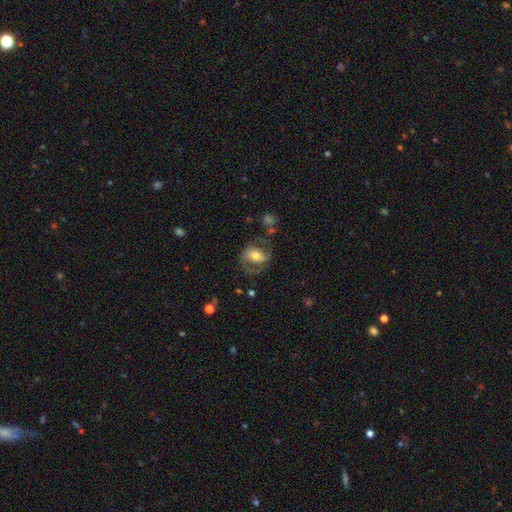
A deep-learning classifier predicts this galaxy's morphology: This is likely a featured or disk galaxy (70%). It is clearly not viewed edge-on (96%). Bar: marginally weak (36%). Spiral arm pattern: clearly yes (84%). Spiral arm count: clearly 2 (86%). Spiral winding: possibly medium (53%). Central bulge: likely moderate (66%). Merging: likely none (65%).